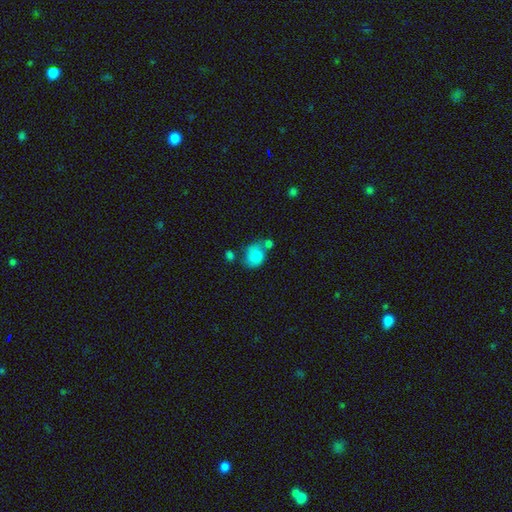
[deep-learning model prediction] smooth 81%, featured or disk 10%, star or artifact 8%. Down the decision tree: how rounded — in between (54%); merging — none (43%).